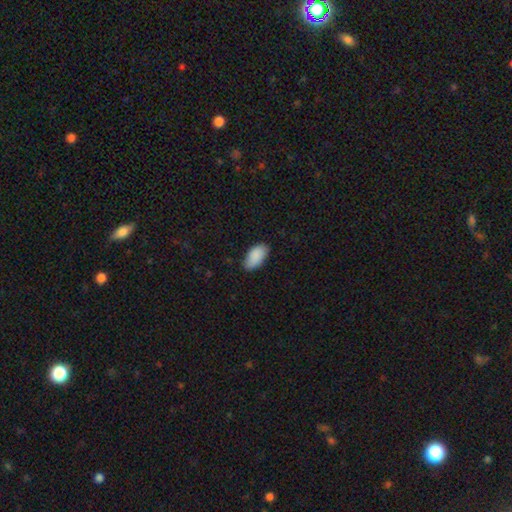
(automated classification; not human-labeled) smooth-or-featured: smooth: 90% | star or artifact: 6% | featured or disk: 4%
  how-rounded: in between: 95% | cigar-shaped: 3% | round: 2%
  merging: none: 80% | minor disturbance: 16% | major disturbance: 2% | merger: 1%